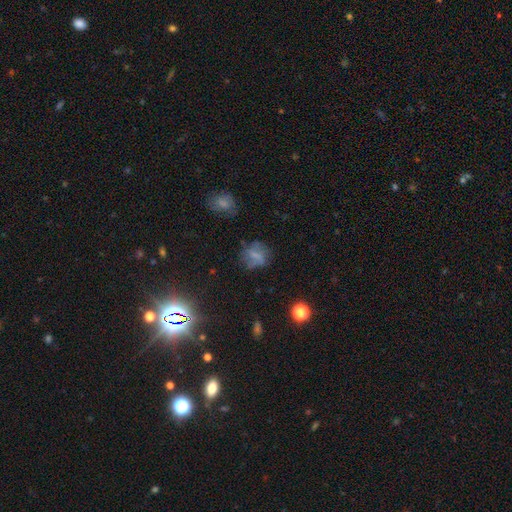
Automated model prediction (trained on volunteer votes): smooth_or_featured: smooth (p=0.51) [alt: featured or disk p=0.33]
how_rounded: round (p=0.61) [alt: in between p=0.36]
merging: none (p=0.60) [alt: minor disturbance p=0.21]